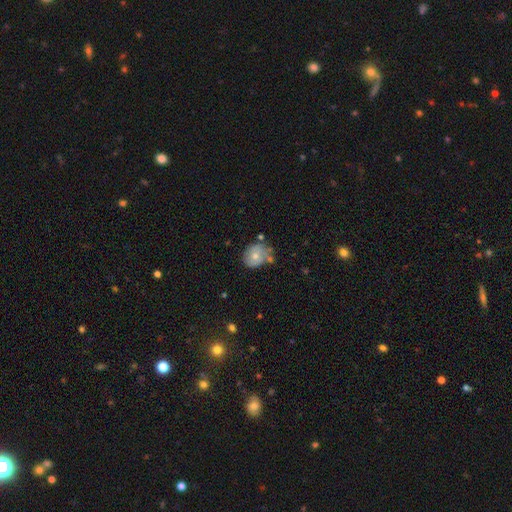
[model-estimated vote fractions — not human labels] This appears to be a smooth galaxy with no disk features (48%). Merging: none (51%).